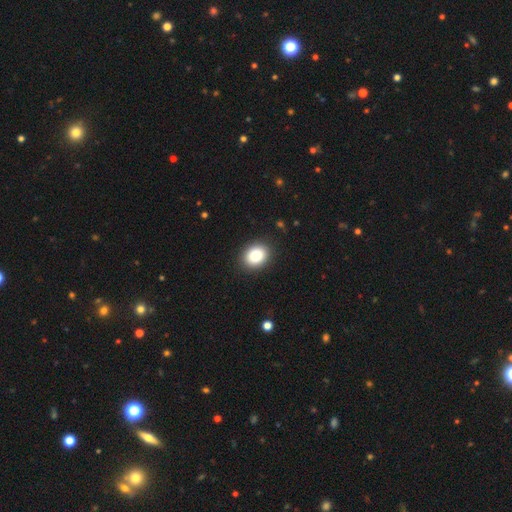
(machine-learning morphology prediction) Smooth or featured: smooth — 84% (star or artifact — 9%)
How rounded: in between — 53% (round — 46%)
Merging: none — 89% (minor disturbance — 7%)